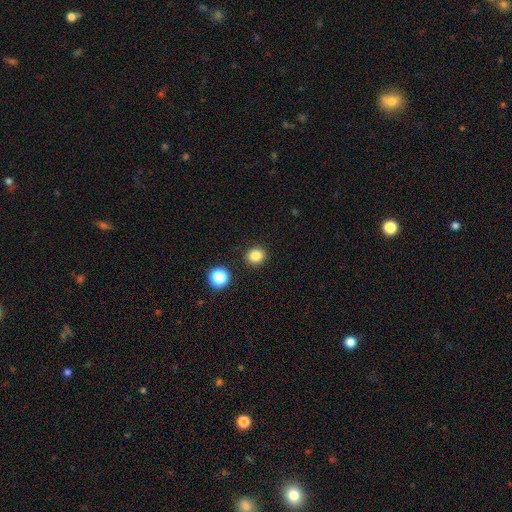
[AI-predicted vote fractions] The model was most divided on "how rounded": round: 80%, in between: 19%, cigar-shaped: 1%. More confident: merging — none (89%); smooth or featured — smooth (83%).